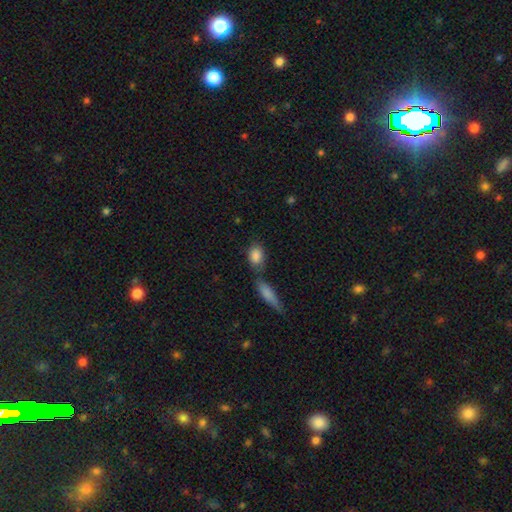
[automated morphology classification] A smooth galaxy with no disk features (85%) that is in between round and cigar-shaped (80%).

Vote fractions:
- Smooth or featured? smooth: 85% / featured or disk: 8% / star or artifact: 7%
- How rounded? in between: 80% / round: 15% / cigar-shaped: 5%
- Merging? none: 55% / merger: 25% / minor disturbance: 15% / major disturbance: 5%